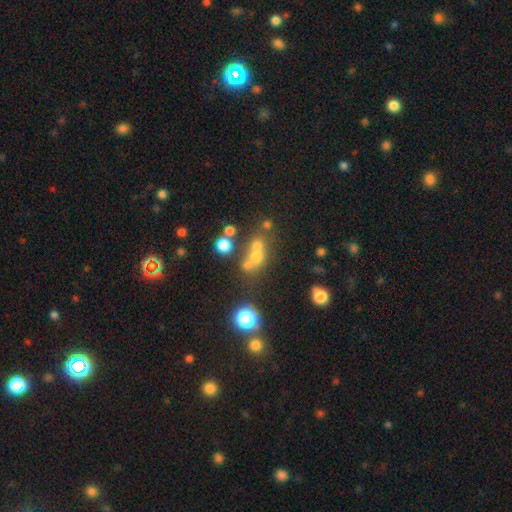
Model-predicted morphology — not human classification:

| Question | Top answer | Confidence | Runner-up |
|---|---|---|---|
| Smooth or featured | smooth | 53% | star or artifact (26%) |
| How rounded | round | 71% | in between (26%) |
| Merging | merger | 45% | none (40%) |